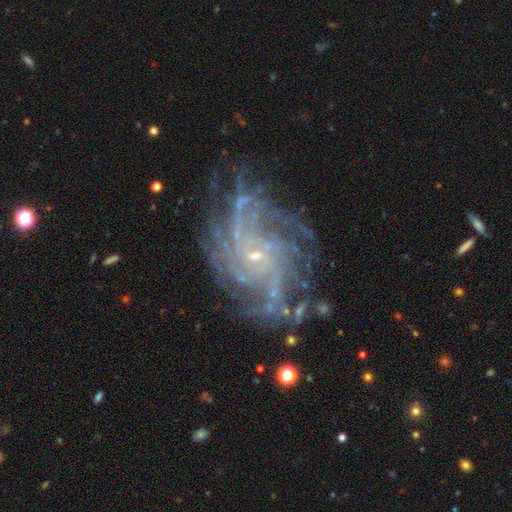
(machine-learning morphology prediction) featured or disk 89%, star or artifact 8%, smooth 4%. Down the decision tree: edge-on disk — no (98%); bar — no (70%); spiral arms — yes (98%); spiral arm count — more than 4 (31%); spiral winding — tight (56%); bulge size — small (87%); merging — none (73%).